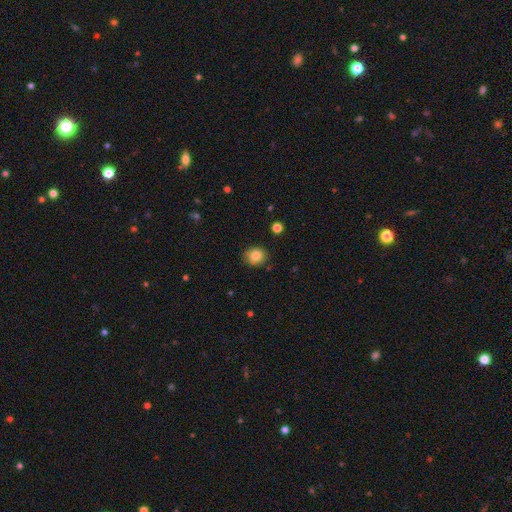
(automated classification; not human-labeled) This appears to be a smooth galaxy with no disk features (84%) that is round (81%). Merging: none (85%).